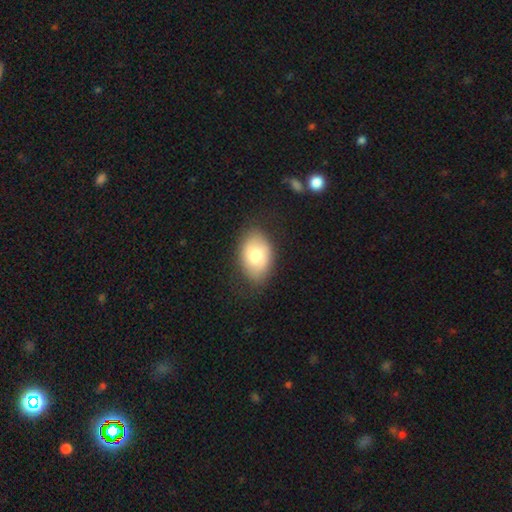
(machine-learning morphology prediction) A smooth galaxy with no disk features (77%) that is in between round and cigar-shaped (85%).

Vote fractions:
- Smooth or featured? smooth: 77% / featured or disk: 16% / star or artifact: 7%
- How rounded? in between: 85% / round: 14% / cigar-shaped: 1%
- Merging? none: 80% / minor disturbance: 15% / major disturbance: 4% / merger: 1%